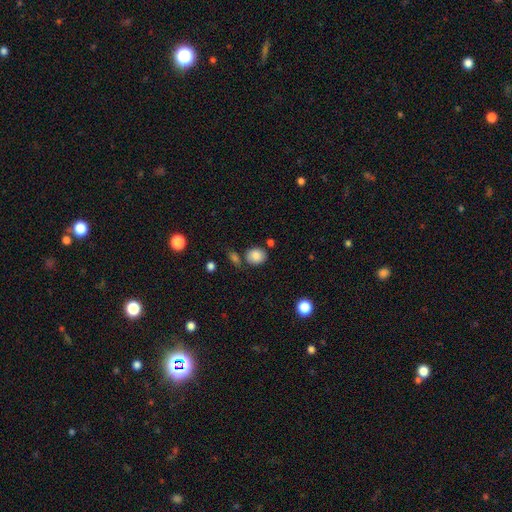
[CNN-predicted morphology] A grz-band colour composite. It shows a smooth galaxy with no disk features (86%) that is round (69%). Merging: none (70%).